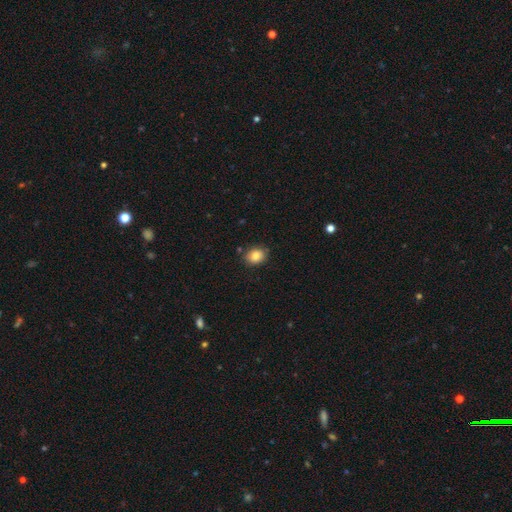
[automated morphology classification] The model was most divided on "how rounded": in between: 53%, round: 47%, cigar-shaped: 1%. More confident: merging — none (84%); smooth or featured — smooth (84%).